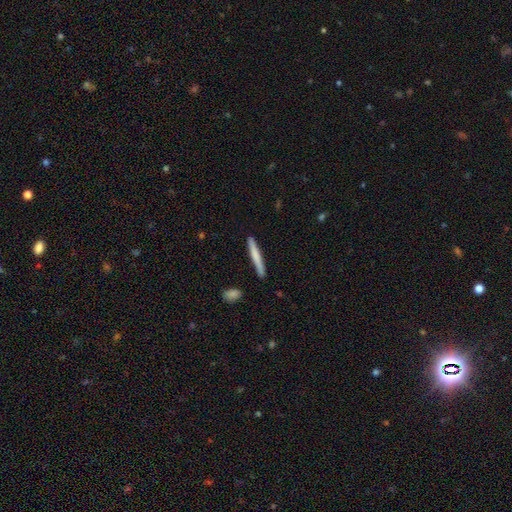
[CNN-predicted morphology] This appears to be a smooth galaxy with no disk features (68%) that is cigar-shaped (96%). Merging: none (88%).